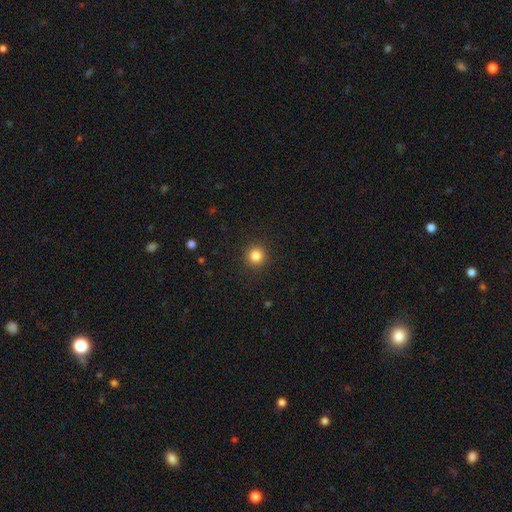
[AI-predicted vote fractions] The model was most divided on "smooth or featured": smooth: 83%, star or artifact: 12%, featured or disk: 5%. More confident: how rounded — round (95%); merging — none (92%).